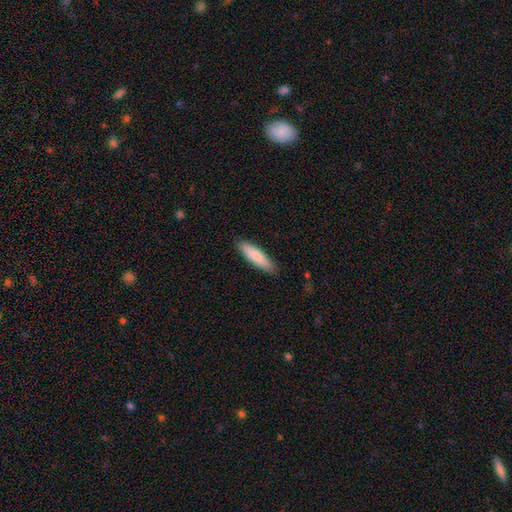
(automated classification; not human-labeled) Q: Smooth or featured?
A: smooth (83%); runner-up: featured or disk (11%)
Q: How rounded?
A: cigar-shaped (73%); runner-up: in between (25%)
Q: Merging?
A: none (89%); runner-up: minor disturbance (9%)